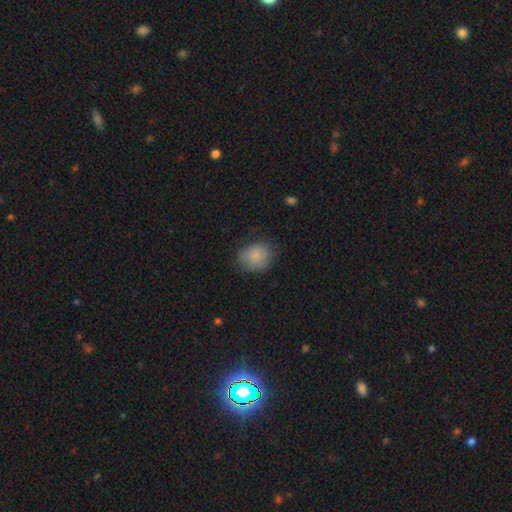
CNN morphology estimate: type=smooth (84%); roundness=round (61%); merging=none (73%).